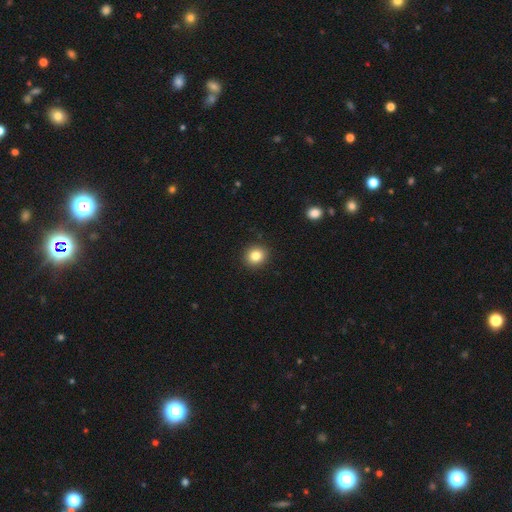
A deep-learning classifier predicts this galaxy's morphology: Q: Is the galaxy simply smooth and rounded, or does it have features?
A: smooth — 84%.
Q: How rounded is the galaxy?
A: round — 84%.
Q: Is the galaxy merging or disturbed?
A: none — 92%.